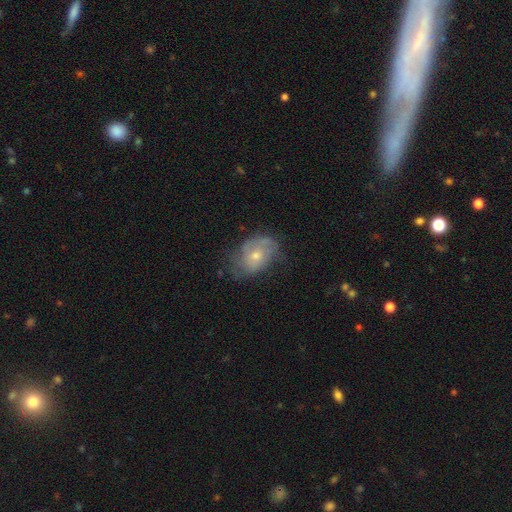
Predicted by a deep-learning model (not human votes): Smooth or featured: featured or disk — 59% (smooth — 31%)
Edge-on disk: no — 95% (yes — 5%)
Bar: no — 79% (weak — 18%)
Spiral arms: yes — 75% (no — 25%)
Bulge size: moderate — 51% (small — 45%)
Merging: none — 59% (minor disturbance — 28%)